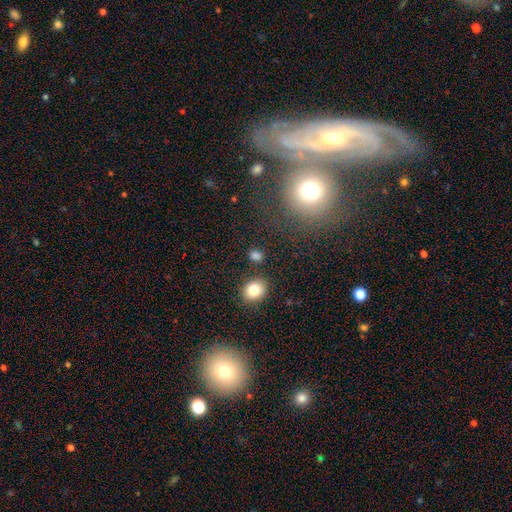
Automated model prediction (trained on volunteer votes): Smooth or featured? Predicted: smooth (p=0.81). How rounded? Predicted: round (p=0.53). Merging? Predicted: none (p=0.80).